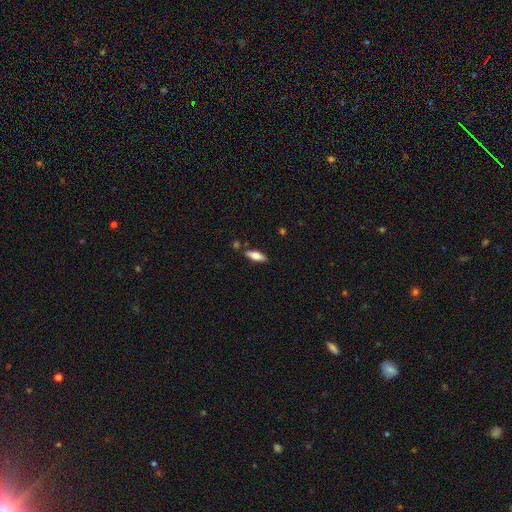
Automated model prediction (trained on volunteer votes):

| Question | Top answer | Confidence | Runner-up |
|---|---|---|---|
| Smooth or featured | smooth | 64% | featured or disk (30%) |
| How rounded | in between | 61% | cigar-shaped (37%) |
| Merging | none | 83% | minor disturbance (11%) |